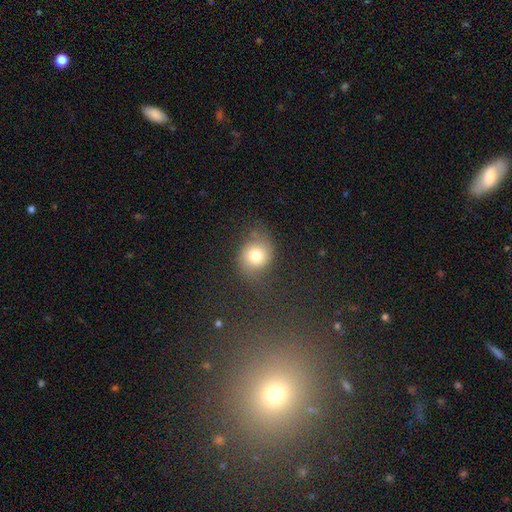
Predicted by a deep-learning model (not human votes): Smooth or featured: smooth — 74% (featured or disk — 14%)
How rounded: round — 72% (in between — 27%)
Merging: none — 66% (minor disturbance — 19%)